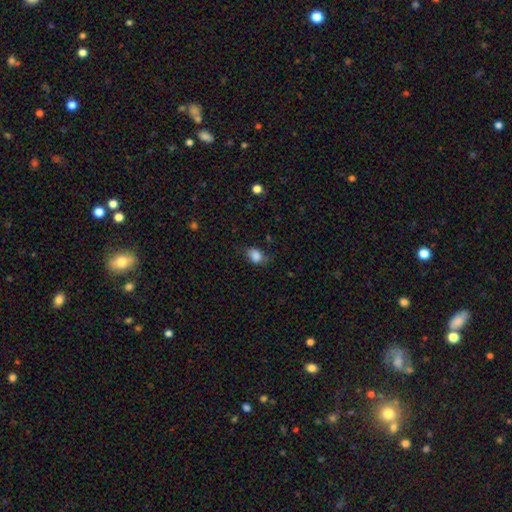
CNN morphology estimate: Overall: smooth (84%). How rounded: in between (74%). Merging: none (58%; minor disturbance 30%).